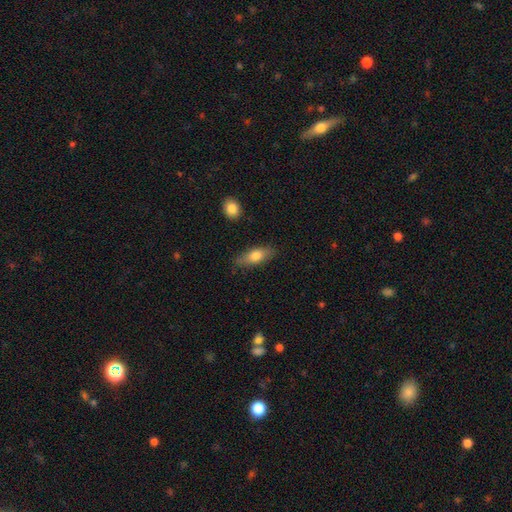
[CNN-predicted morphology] Q: Smooth or featured?
A: smooth (73%); runner-up: featured or disk (21%)
Q: How rounded?
A: in between (71%); runner-up: cigar-shaped (26%)
Q: Merging?
A: none (81%); runner-up: minor disturbance (15%)